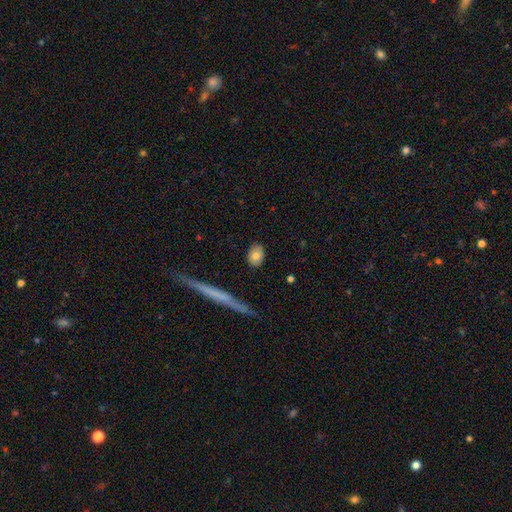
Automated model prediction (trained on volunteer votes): Morphology: type=smooth (78%); roundness=in between (71%); merging=none (85%).